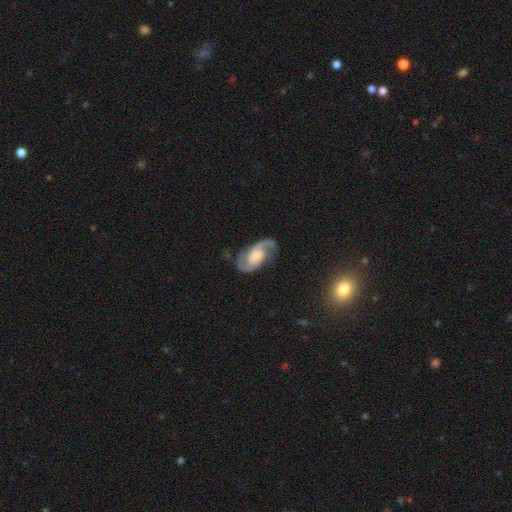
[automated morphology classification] This appears to be a featured or disk galaxy (89%) with no bar (53%), 2 (92%) medium (54%) spiral arms (97%) and a moderate central bulge (43%). Merging: none (75%).